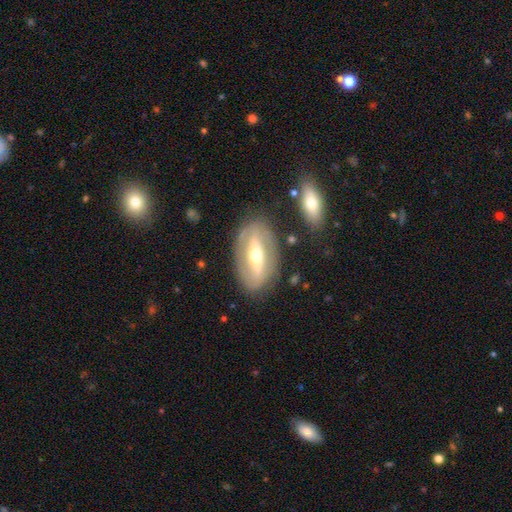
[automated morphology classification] Smooth or featured? featured or disk (70%)
Edge-on disk? no (84%)
Bar? strong (59%)
Spiral arms? no (53%)
Bulge size? moderate (53%)
Merging? none (78%)